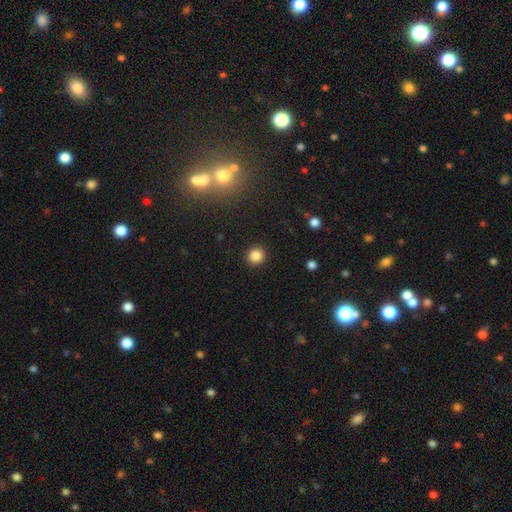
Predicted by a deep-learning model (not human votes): Smooth or featured: smooth — 85% (star or artifact — 11%)
How rounded: round — 92% (in between — 7%)
Merging: none — 92% (minor disturbance — 5%)